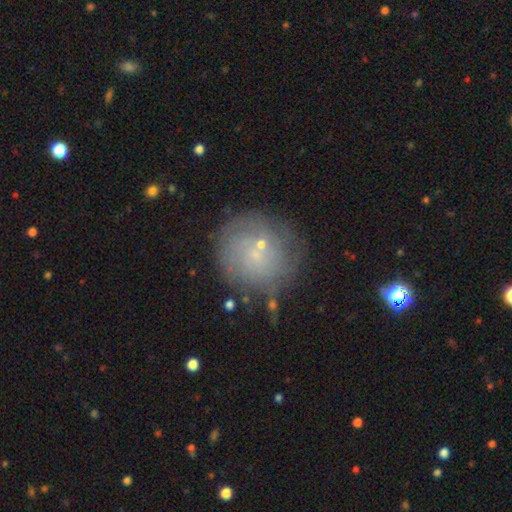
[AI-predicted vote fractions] Morphology: type=smooth (47%); merging=none (73%).